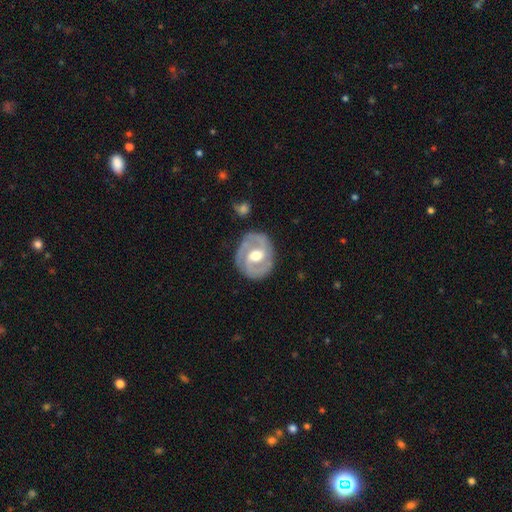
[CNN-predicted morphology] type=featured or disk (85%); edge-on=no (97%); bar=weak (48%); spiral arms=yes (93%); winding=medium (45%); arm count=2 (80%); bulge=moderate (74%); merging=none (81%).